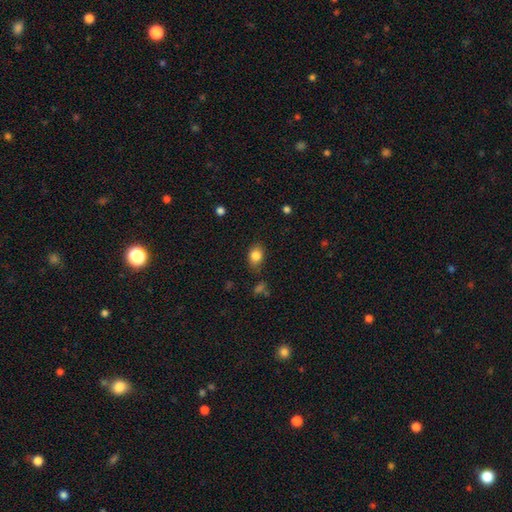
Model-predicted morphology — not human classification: Smooth or featured? smooth (84%)
How rounded? in between (63%)
Merging? none (76%)